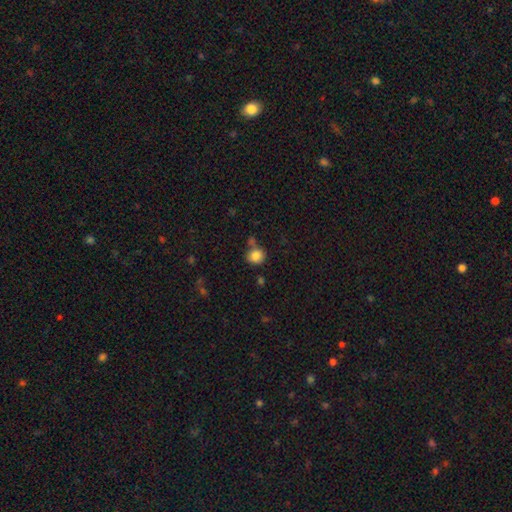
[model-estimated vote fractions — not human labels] This appears to be a smooth galaxy with no disk features (84%) that is round (77%). Merging: none (65%).